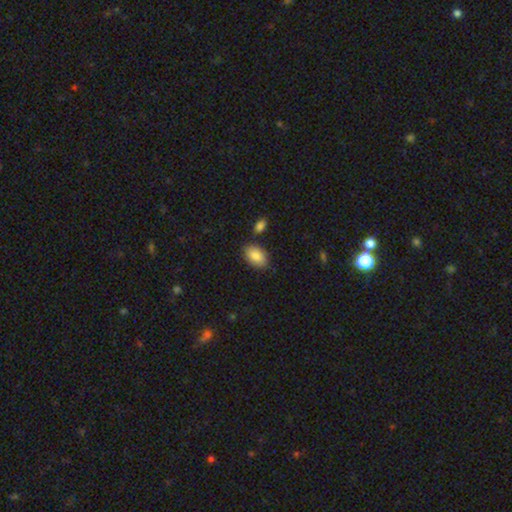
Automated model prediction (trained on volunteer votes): Q: Smooth or featured?
A: smooth (87%); runner-up: star or artifact (7%)
Q: How rounded?
A: in between (91%); runner-up: round (8%)
Q: Merging?
A: none (79%); runner-up: minor disturbance (13%)